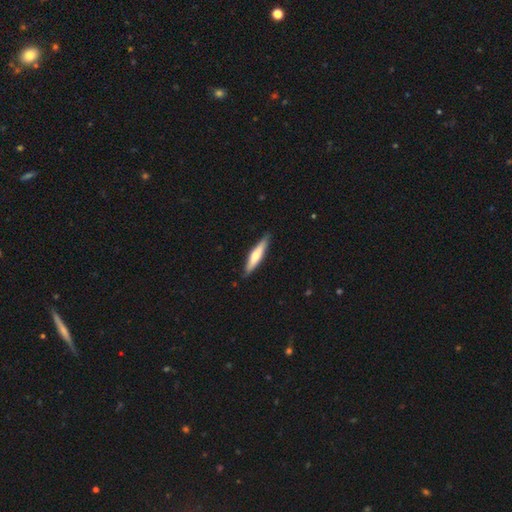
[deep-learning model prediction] smooth-or-featured: smooth: 58% | featured or disk: 37% | star or artifact: 5%
  how-rounded: cigar-shaped: 84% | in between: 14% | round: 1%
  merging: none: 87% | minor disturbance: 10% | major disturbance: 2% | merger: 1%